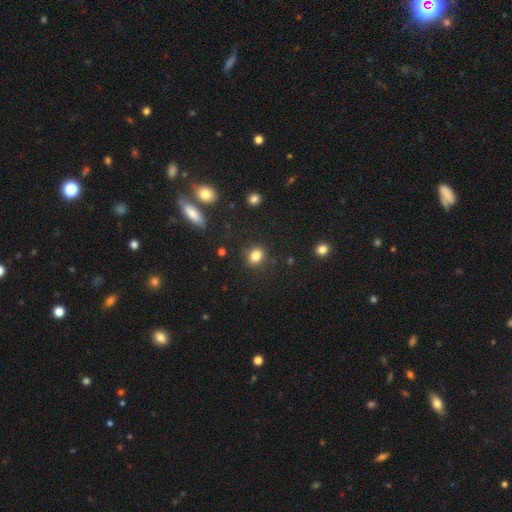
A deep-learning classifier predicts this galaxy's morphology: Smooth or featured? smooth (83%)
How rounded? round (60%)
Merging? none (86%)